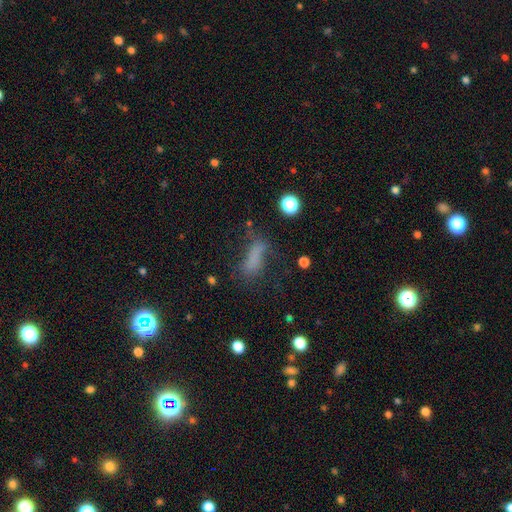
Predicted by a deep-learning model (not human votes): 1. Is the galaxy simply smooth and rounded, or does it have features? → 63% smooth, 19% star or artifact, 18% featured or disk.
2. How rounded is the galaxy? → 58% in between, 36% cigar-shaped, 7% round.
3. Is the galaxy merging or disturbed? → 45% none, 26% major disturbance, 24% minor disturbance, 5% merger.